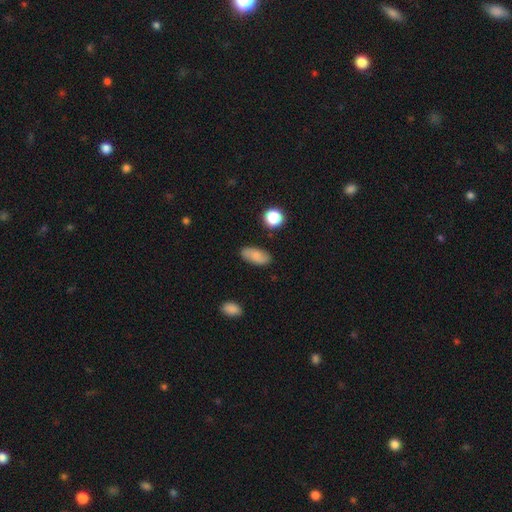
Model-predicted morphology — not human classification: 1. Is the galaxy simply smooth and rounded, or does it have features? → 76% smooth, 15% featured or disk, 9% star or artifact.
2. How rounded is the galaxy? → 88% in between, 7% cigar-shaped, 5% round.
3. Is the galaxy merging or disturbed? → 83% none, 12% minor disturbance, 3% major disturbance, 2% merger.